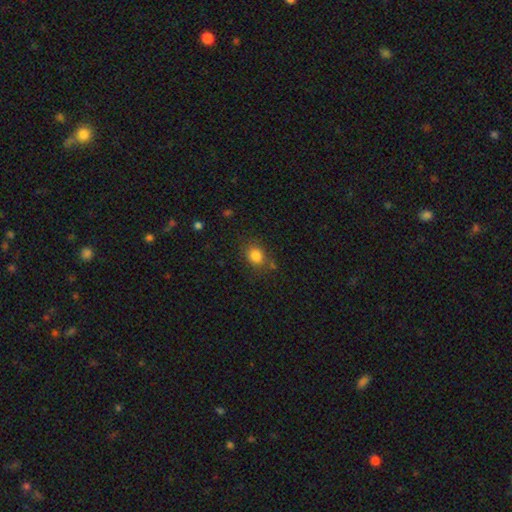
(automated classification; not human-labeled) Q: Smooth or featured?
A: smooth (83%); runner-up: star or artifact (11%)
Q: How rounded?
A: round (64%); runner-up: in between (35%)
Q: Merging?
A: none (75%); runner-up: minor disturbance (14%)